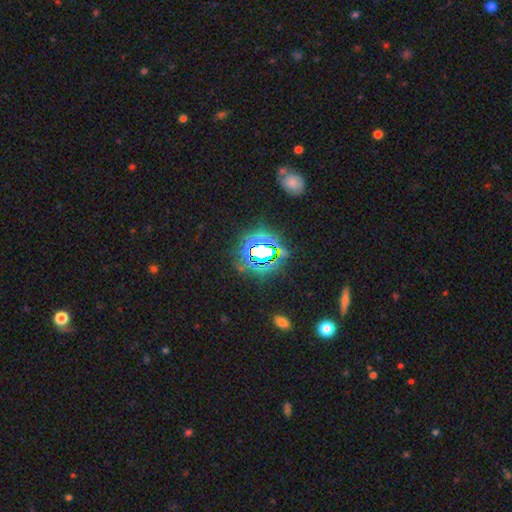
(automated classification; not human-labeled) Q: Smooth or featured?
A: star or artifact (78%); runner-up: smooth (14%)